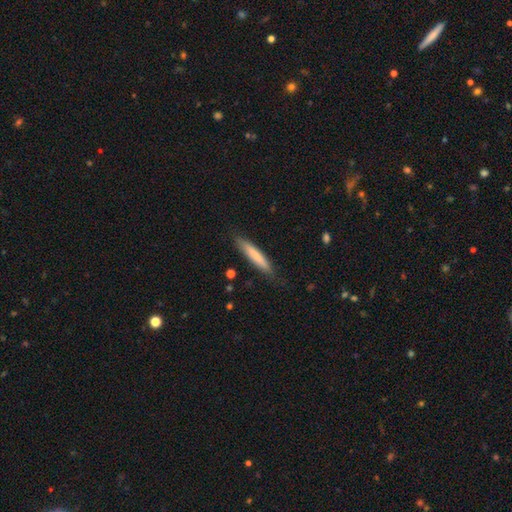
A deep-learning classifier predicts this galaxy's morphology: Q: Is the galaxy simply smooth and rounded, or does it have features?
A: smooth — 73%.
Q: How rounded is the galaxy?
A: cigar-shaped — 91%.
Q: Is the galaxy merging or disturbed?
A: none — 84%.